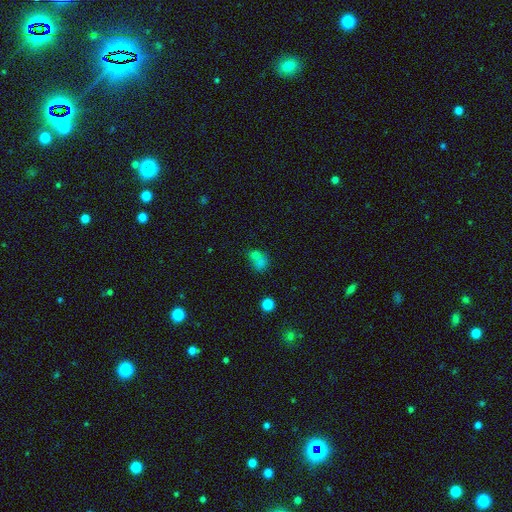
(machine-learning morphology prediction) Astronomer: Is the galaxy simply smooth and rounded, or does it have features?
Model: smooth — 71%.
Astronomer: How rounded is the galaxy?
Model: round — 59% (runner-up: in between, 39%).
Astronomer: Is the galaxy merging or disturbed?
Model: merger — 52% (runner-up: none, 31%).